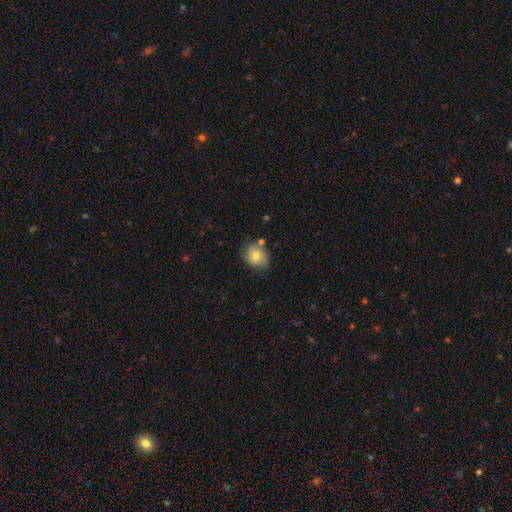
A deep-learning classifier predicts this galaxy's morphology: A smooth galaxy with no disk features (75%) that is round (63%). Merging: none (68%).